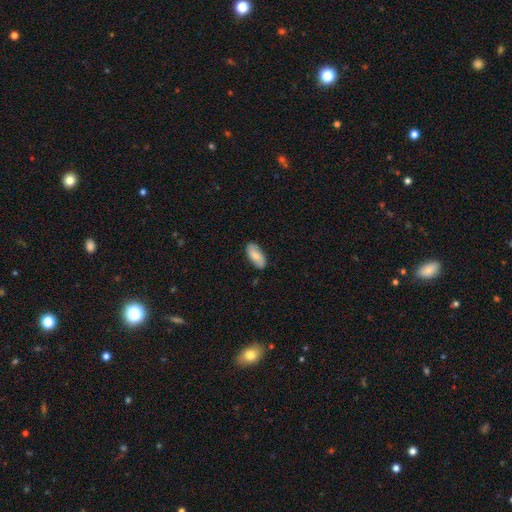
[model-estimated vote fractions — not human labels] Morphology: type=smooth (73%); roundness=in between (88%); merging=none (85%).